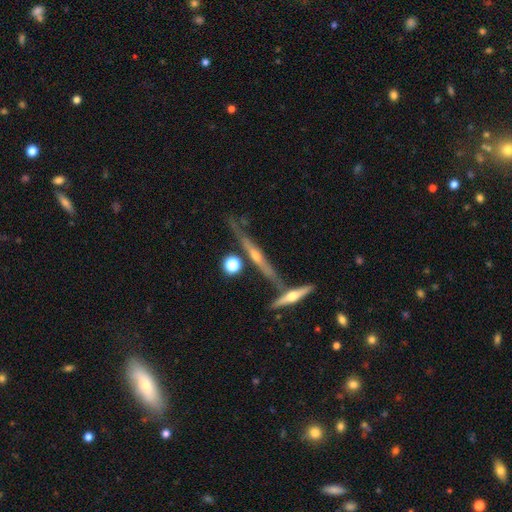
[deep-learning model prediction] featured or disk 77%, smooth 16%, star or artifact 8%. Down the decision tree: edge-on disk — yes (95%); edge-on bulge — rounded (84%); merging — none (66%).